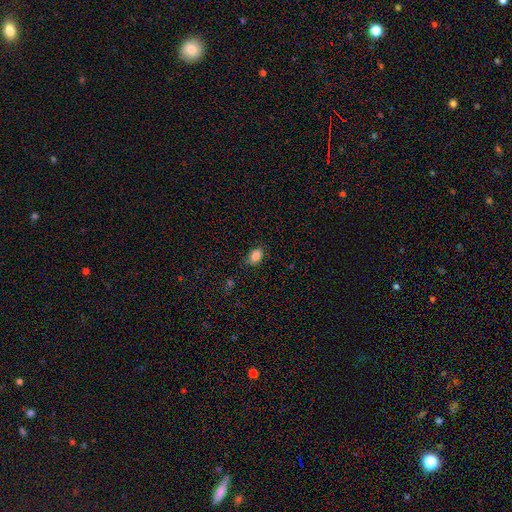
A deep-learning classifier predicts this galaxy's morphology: Smooth or featured: smooth — 85% (star or artifact — 10%)
How rounded: in between — 82% (round — 16%)
Merging: none — 80% (minor disturbance — 15%)